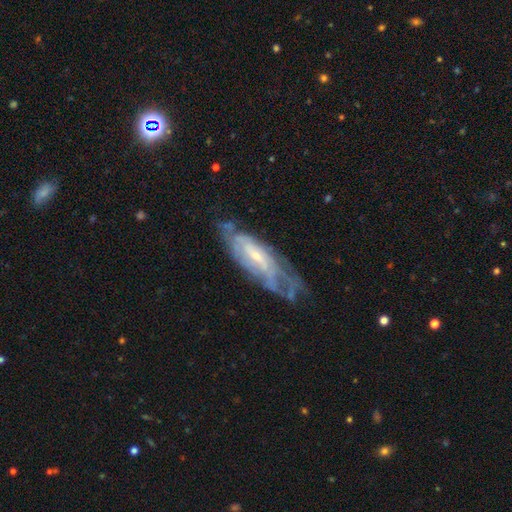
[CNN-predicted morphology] A featured or disk galaxy (77%) with no bar (42%, tied with weak), tight (56%) spiral arms (81%) and a small central bulge (68%).

Vote fractions:
- Smooth or featured? featured or disk: 77% / smooth: 17% / star or artifact: 7%
- Edge-on disk? no: 81% / yes: 19%
- Bar? no: 42% (tied) / weak: 42% (tied) / strong: 16%
- Spiral arms? yes: 81% / no: 19%
- Spiral winding? tight: 56% / medium: 33% / loose: 11%
- Spiral arm count? can't tell: 58% / 2: 20% / 3: 8% / 4: 6% / 1: 4% / more than 4: 4%
- Bulge size? small: 68% / moderate: 26% / none: 4% / large: 2% / dominant: 1%
- Merging? none: 53% / minor disturbance: 27% / major disturbance: 17% / merger: 3%